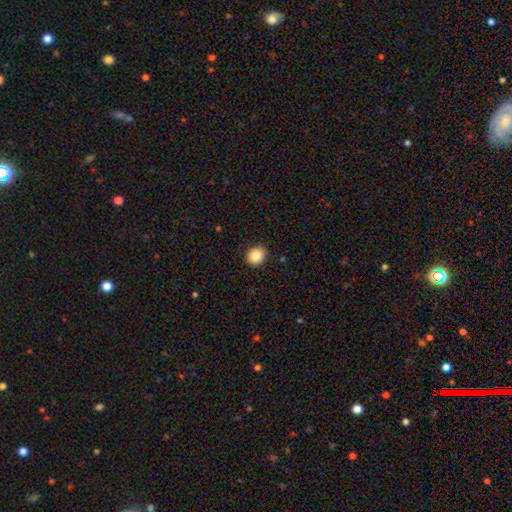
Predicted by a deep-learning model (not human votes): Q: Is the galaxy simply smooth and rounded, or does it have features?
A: smooth — 88%.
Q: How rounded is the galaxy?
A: round — 81%.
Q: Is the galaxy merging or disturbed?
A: none — 88%.